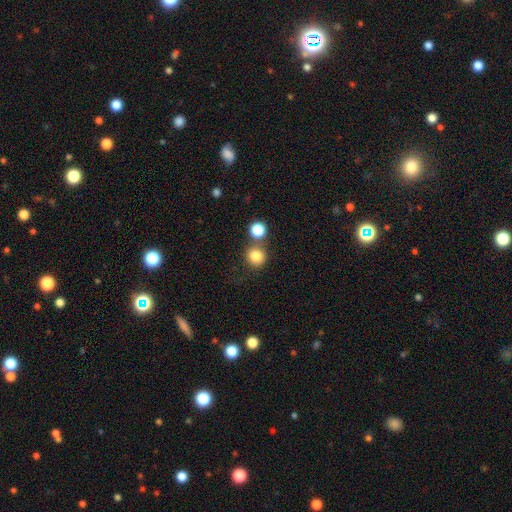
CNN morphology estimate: smooth 82%, star or artifact 12%, featured or disk 6%. Down the decision tree: how rounded — round (91%); merging — none (67%).